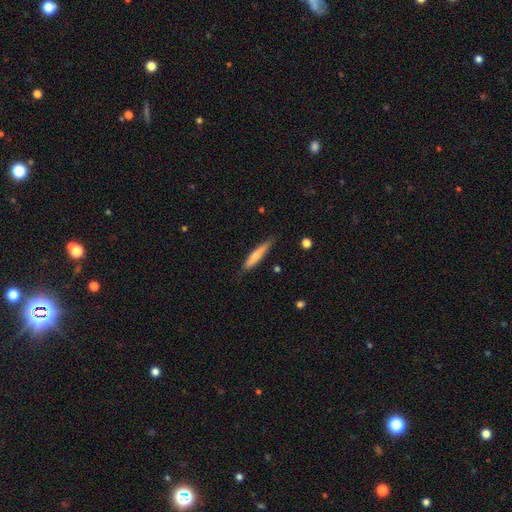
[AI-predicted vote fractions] A smooth galaxy with no disk features (63%) that is cigar-shaped (90%). Merging: none (80%).